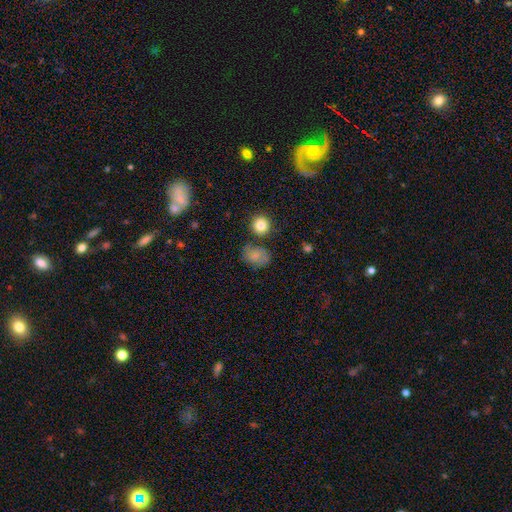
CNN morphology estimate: This appears to be a smooth galaxy with no disk features (75%) that is in between round and cigar-shaped (62%). Merging: none (64%).